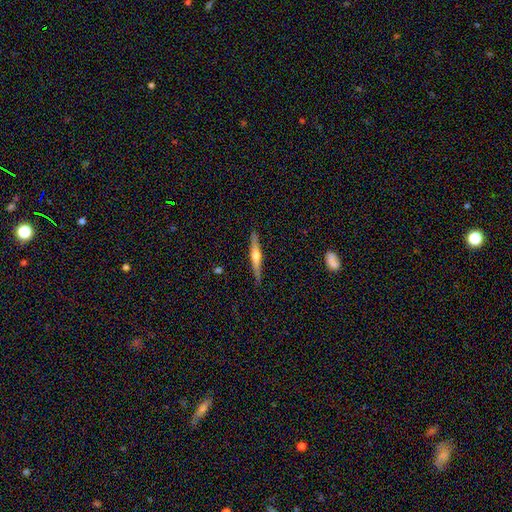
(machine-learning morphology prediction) smooth-or-featured: featured or disk: 68% | smooth: 26% | star or artifact: 6%
  disk-edge-on: yes: 98% | no: 2%
    edge-on-bulge: rounded: 89% | none: 6% | boxy: 5%
  merging: none: 90% | minor disturbance: 8% | major disturbance: 1% | merger: 1%